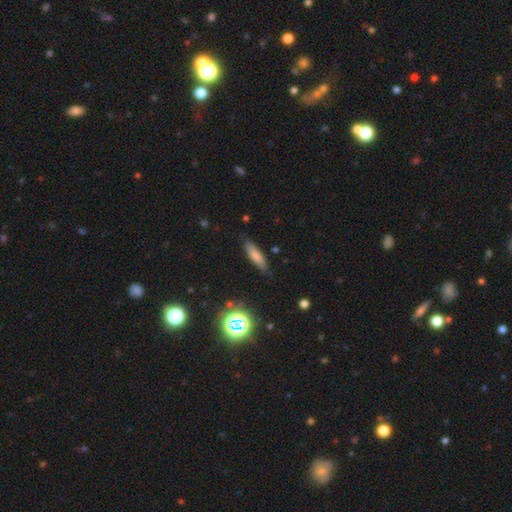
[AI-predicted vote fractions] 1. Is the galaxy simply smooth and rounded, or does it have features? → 73% smooth, 17% featured or disk, 10% star or artifact.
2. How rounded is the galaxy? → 63% cigar-shaped, 35% in between, 2% round.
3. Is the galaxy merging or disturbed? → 80% none, 15% minor disturbance, 3% major disturbance, 2% merger.